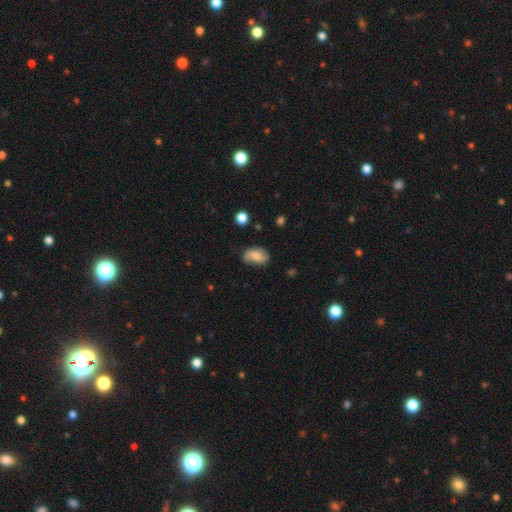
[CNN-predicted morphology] Q: Smooth or featured?
A: smooth (55%); runner-up: featured or disk (37%)
Q: How rounded?
A: in between (86%); runner-up: round (12%)
Q: Merging?
A: none (68%); runner-up: minor disturbance (23%)